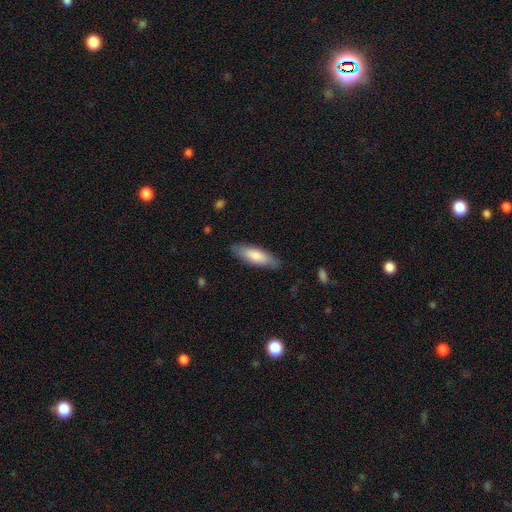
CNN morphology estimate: A smooth galaxy with no disk features (79%) that is in between round and cigar-shaped (54%).

Vote fractions:
- Smooth or featured? smooth: 79% / featured or disk: 16% / star or artifact: 5%
- How rounded? in between: 54% / cigar-shaped: 44% / round: 1%
- Merging? none: 85% / minor disturbance: 12% / major disturbance: 2% / merger: 1%